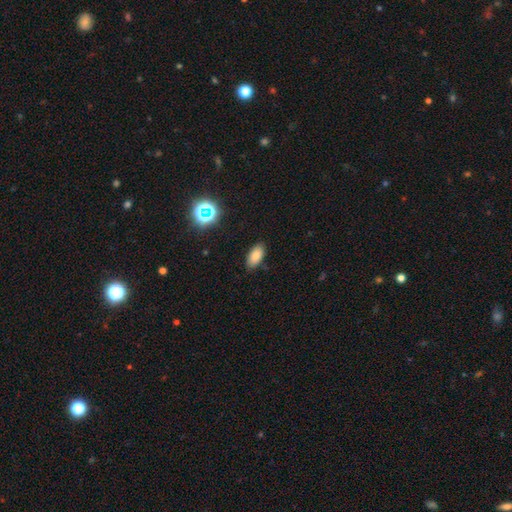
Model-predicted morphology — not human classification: smooth_or_featured: smooth (p=0.82) [alt: star or artifact p=0.12]
how_rounded: in between (p=0.92) [alt: cigar-shaped p=0.05]
merging: none (p=0.86) [alt: minor disturbance p=0.10]